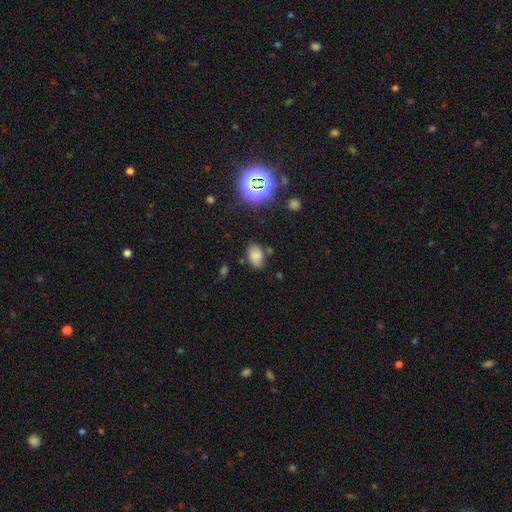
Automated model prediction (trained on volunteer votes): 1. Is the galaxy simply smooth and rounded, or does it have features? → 73% smooth, 16% star or artifact, 11% featured or disk.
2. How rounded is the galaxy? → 83% in between, 15% round, 1% cigar-shaped.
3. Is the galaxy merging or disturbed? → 70% none, 20% minor disturbance, 5% merger, 5% major disturbance.